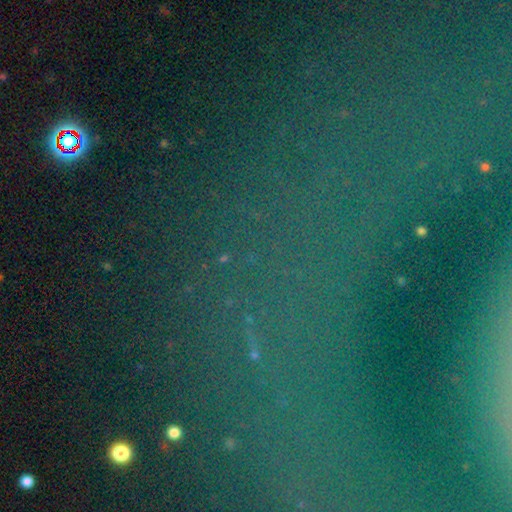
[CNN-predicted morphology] smooth_or_featured: star or artifact (p=0.73) [alt: featured or disk p=0.14]